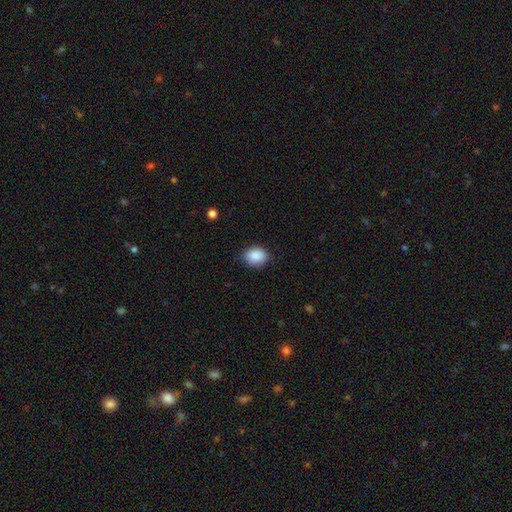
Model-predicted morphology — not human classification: Q: Smooth or featured?
A: smooth (89%); runner-up: star or artifact (8%)
Q: How rounded?
A: in between (55%); runner-up: round (44%)
Q: Merging?
A: none (83%); runner-up: minor disturbance (13%)